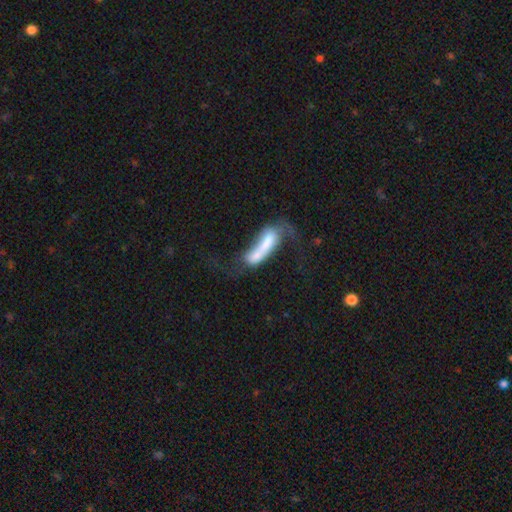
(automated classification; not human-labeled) smooth_or_featured: smooth (p=0.54) [alt: featured or disk p=0.38]
how_rounded: cigar-shaped (p=0.57) [alt: in between p=0.40]
merging: merger (p=0.46) [alt: major disturbance p=0.25]